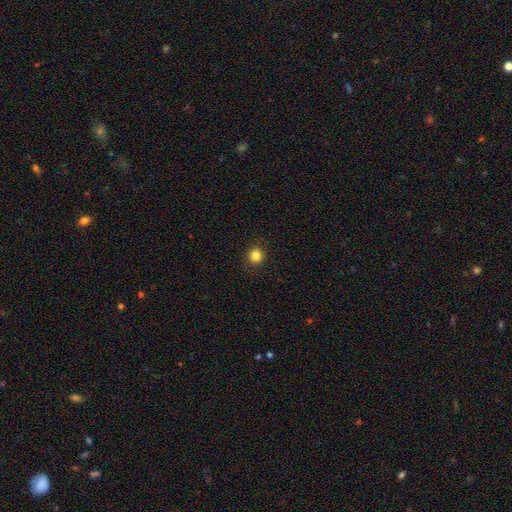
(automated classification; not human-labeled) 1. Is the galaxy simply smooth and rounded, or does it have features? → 84% smooth, 11% star or artifact, 4% featured or disk.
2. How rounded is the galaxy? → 89% round, 11% in between, 1% cigar-shaped.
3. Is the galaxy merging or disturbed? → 91% none, 6% minor disturbance, 2% major disturbance, 1% merger.